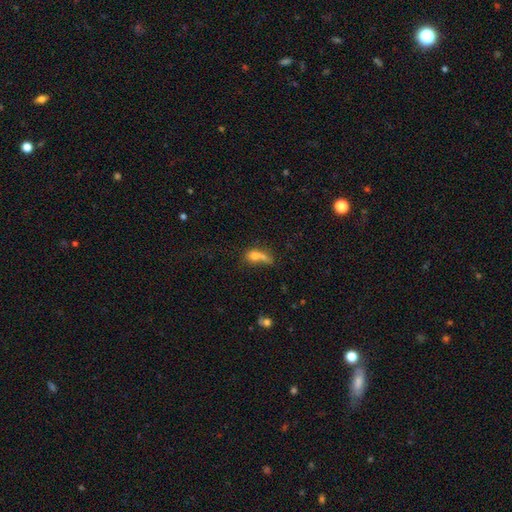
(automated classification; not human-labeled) Morphology: type=smooth (68%); roundness=in between (55%); merging=merger (47%).